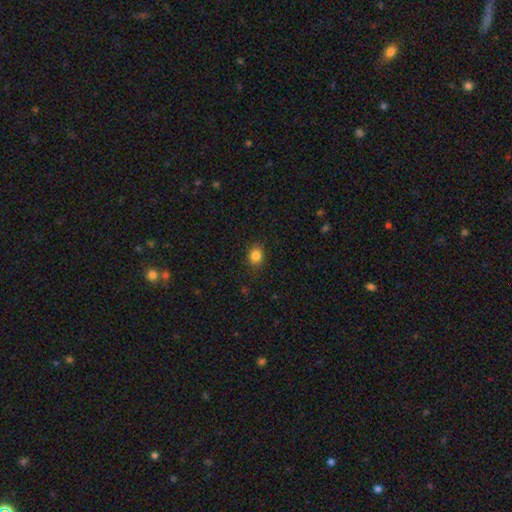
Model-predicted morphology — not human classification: Smooth or featured? smooth (83%)
How rounded? round (63%)
Merging? none (88%)